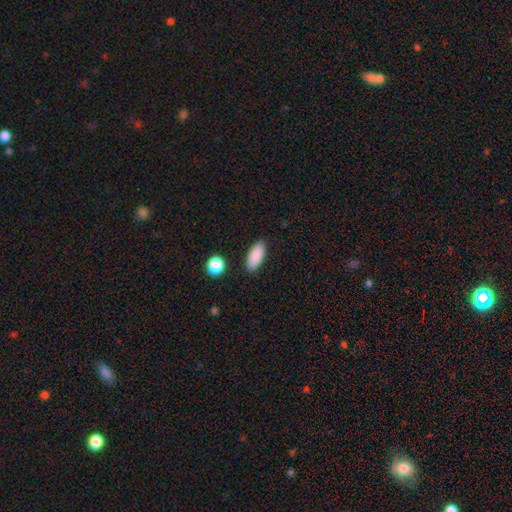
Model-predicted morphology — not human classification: smooth 89%, star or artifact 7%, featured or disk 5%. Down the decision tree: how rounded — in between (84%); merging — none (87%).